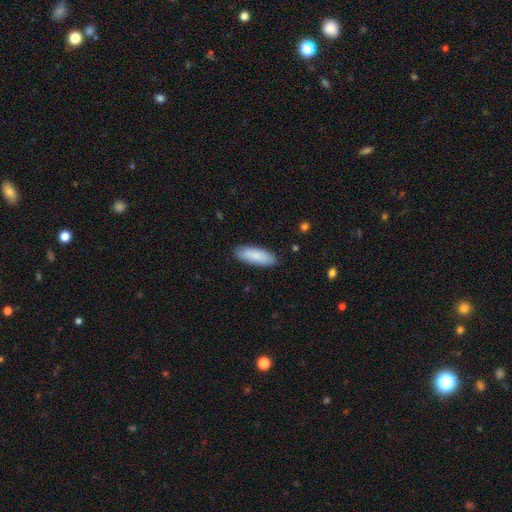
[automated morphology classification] The model was most divided on "how rounded": in between: 63%, cigar-shaped: 36%, round: 1%. More confident: merging — none (88%); smooth or featured — smooth (87%).